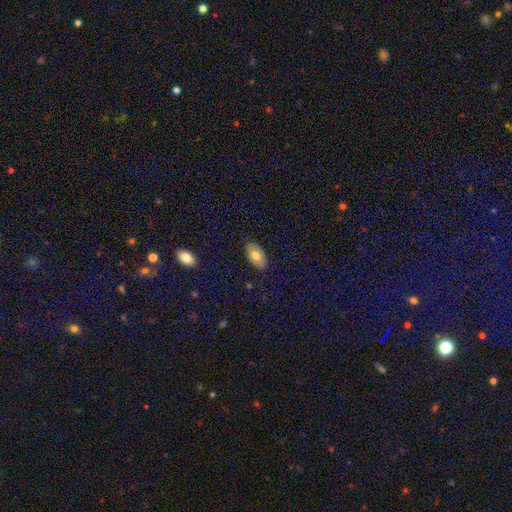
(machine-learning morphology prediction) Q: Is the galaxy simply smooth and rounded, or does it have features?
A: smooth — 72%.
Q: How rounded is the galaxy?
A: in between — 93%.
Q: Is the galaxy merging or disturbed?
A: none — 84%.